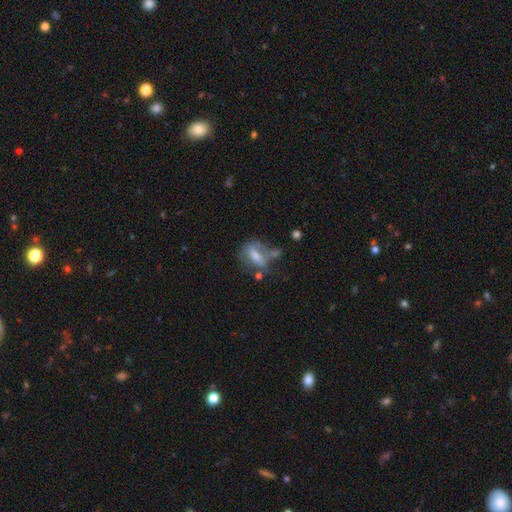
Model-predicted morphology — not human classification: Smooth or featured?
  - smooth: 53% *
  - featured or disk: 36%
  - star or artifact: 11%
How rounded?
  - in between: 67% *
  - cigar-shaped: 20%
  - round: 13%
Merging?
  - none: 37% *
  - minor disturbance: 23%
  - major disturbance: 22%
  - merger: 18%